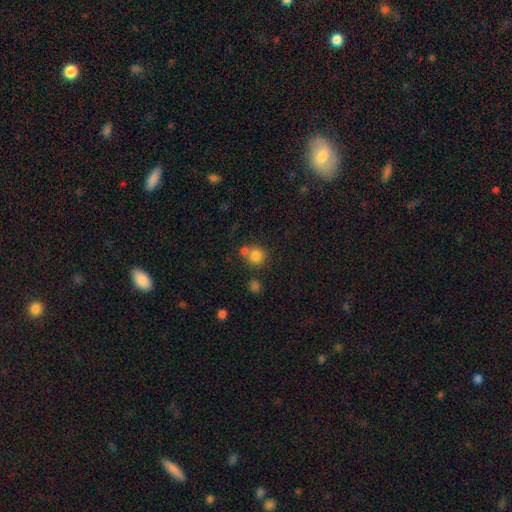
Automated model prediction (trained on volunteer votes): The model was most divided on "merging": none: 63%, merger: 24%, minor disturbance: 10%, major disturbance: 4%. More confident: how rounded — round (89%); smooth or featured — smooth (82%).